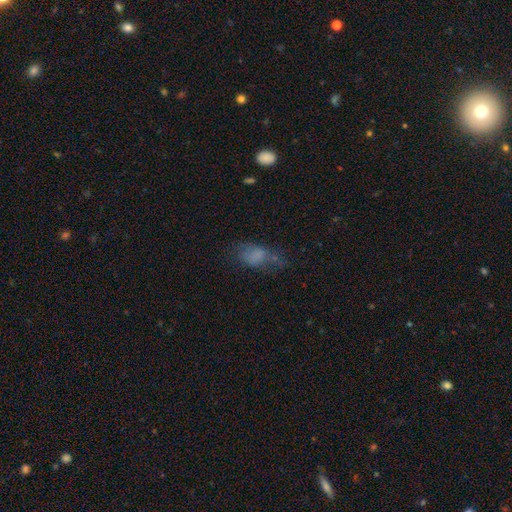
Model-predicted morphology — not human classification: Smooth or featured?
  - smooth: 61% *
  - featured or disk: 24%
  - star or artifact: 15%
How rounded?
  - in between: 83% *
  - round: 9%
  - cigar-shaped: 8%
Merging?
  - none: 41% *
  - major disturbance: 27%
  - minor disturbance: 25%
  - merger: 7%